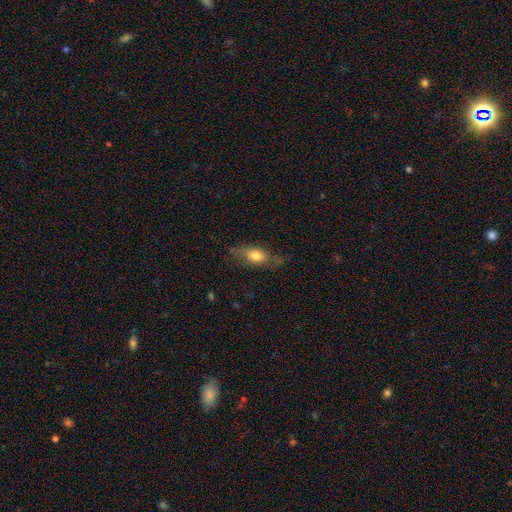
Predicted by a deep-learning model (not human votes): Morphology: type=smooth (69%); roundness=in between (74%); merging=none (65%).